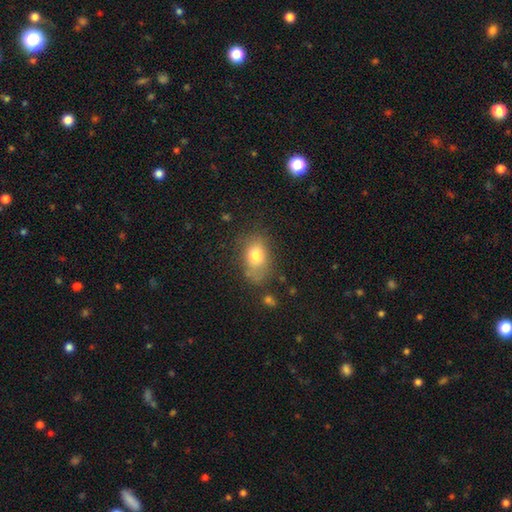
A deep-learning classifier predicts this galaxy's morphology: The model was most divided on "merging": none: 62%, minor disturbance: 24%, major disturbance: 10%, merger: 4%. More confident: how rounded — in between (78%); smooth or featured — smooth (76%).